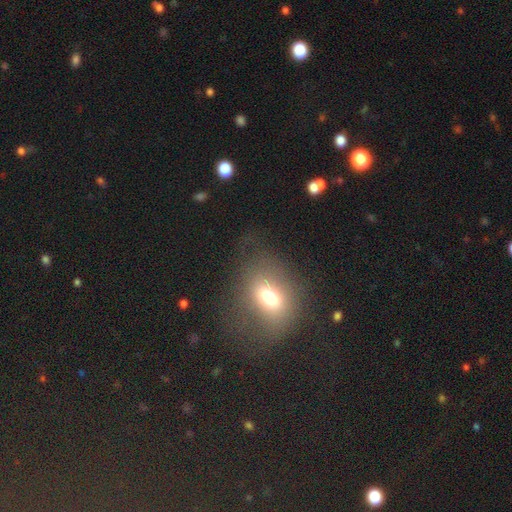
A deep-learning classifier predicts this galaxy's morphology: type=smooth (60%); roundness=in between (61%); merging=none (59%).